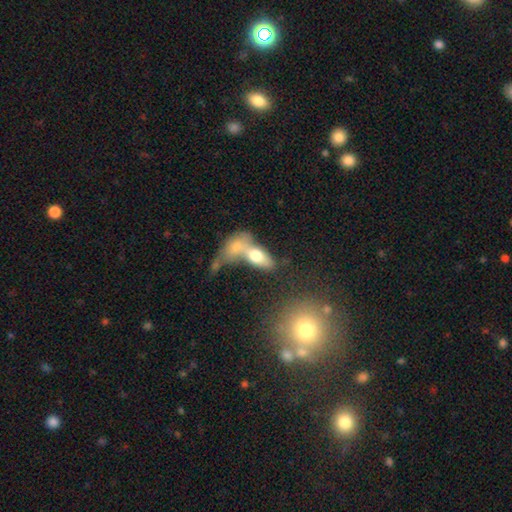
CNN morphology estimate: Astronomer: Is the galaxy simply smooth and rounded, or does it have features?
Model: smooth — 65%.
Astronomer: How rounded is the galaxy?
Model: in between — 81%.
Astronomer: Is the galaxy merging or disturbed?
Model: merger — 64%.